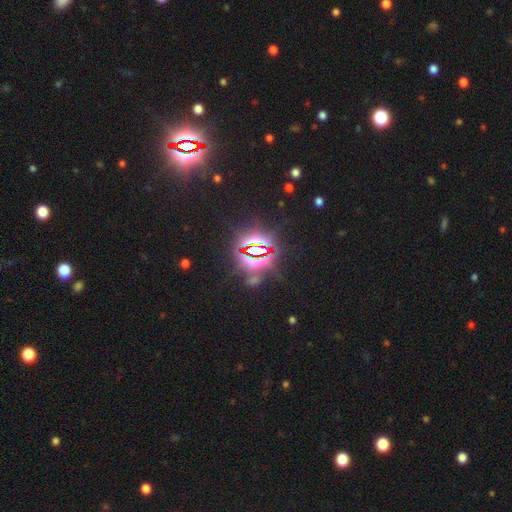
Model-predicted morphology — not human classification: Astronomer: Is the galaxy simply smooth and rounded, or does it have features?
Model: star or artifact — 85%.